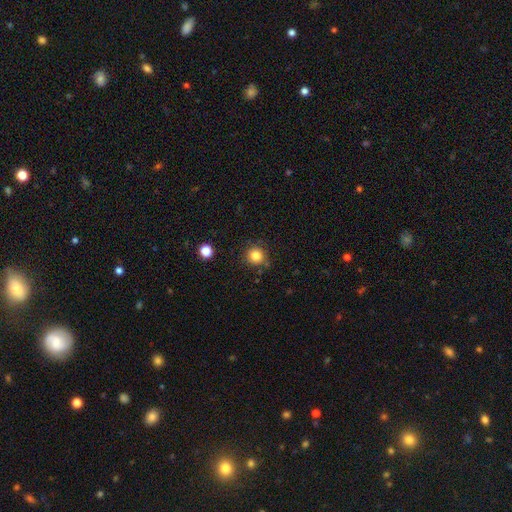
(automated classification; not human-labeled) Smooth or featured: smooth — 83% (star or artifact — 12%)
How rounded: round — 94% (in between — 5%)
Merging: none — 84% (minor disturbance — 11%)